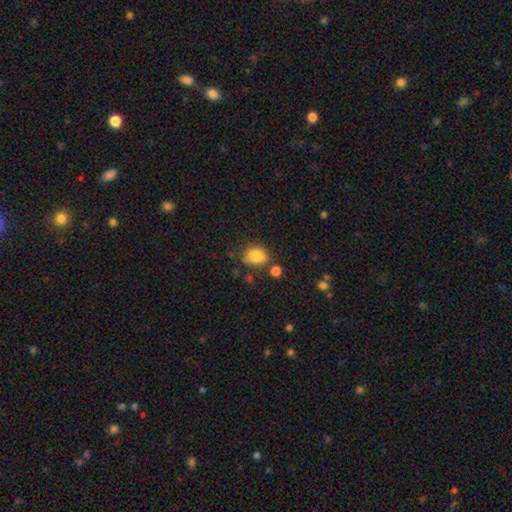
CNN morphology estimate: A smooth galaxy with no disk features (83%) that is in between round and cigar-shaped (58%). Merging: none (64%).